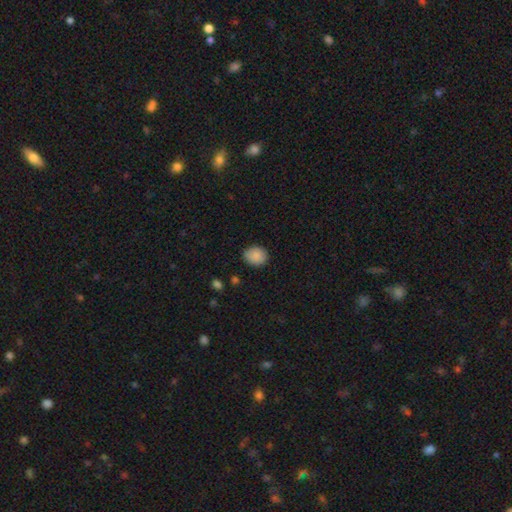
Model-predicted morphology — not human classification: This appears to be a smooth galaxy with no disk features (88%) that is round (61%). Merging: none (86%).